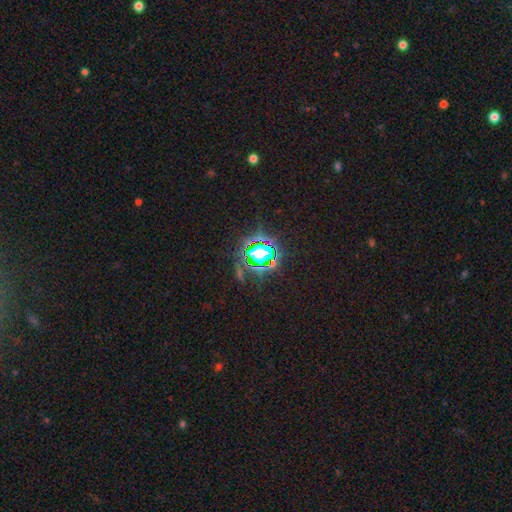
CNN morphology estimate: A star or artifact, not a galaxy (76%).

Vote fractions:
- Smooth or featured? star or artifact: 76% / smooth: 16% / featured or disk: 8%